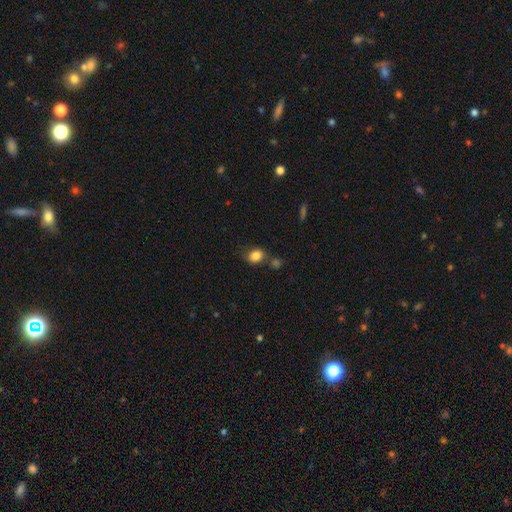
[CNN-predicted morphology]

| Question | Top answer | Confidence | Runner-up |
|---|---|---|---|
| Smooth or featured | smooth | 84% | star or artifact (10%) |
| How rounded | in between | 50% | round (48%) |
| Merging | none | 57% | minor disturbance (20%) |